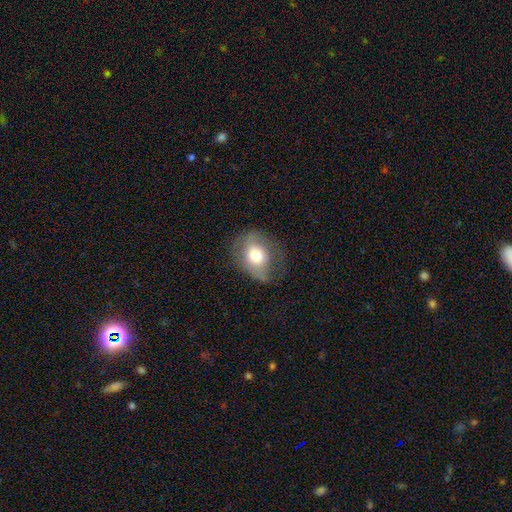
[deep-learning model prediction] This is possibly a smooth galaxy (59%). How rounded: possibly in between (55%). Merging: possibly none (54%).